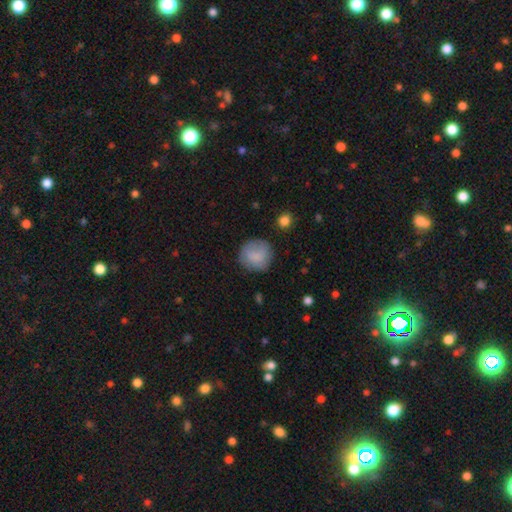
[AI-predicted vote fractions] The model was most divided on "merging": none: 77%, minor disturbance: 16%, major disturbance: 5%, merger: 2%. More confident: how rounded — round (90%); smooth or featured — smooth (83%).